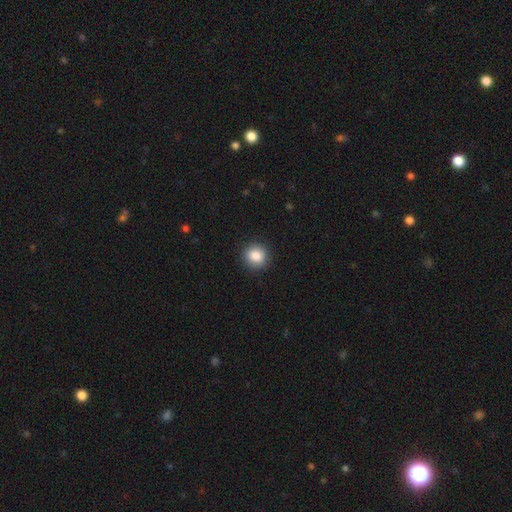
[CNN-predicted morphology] type=smooth (86%); roundness=round (85%); merging=none (90%).